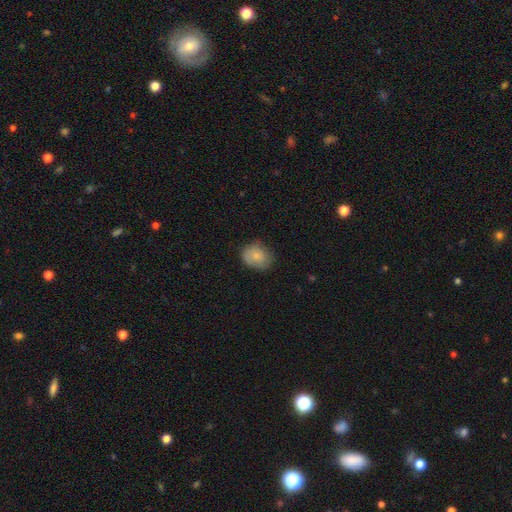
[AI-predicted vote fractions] A smooth galaxy with no disk features (80%) that is round (59%). Merging: none (70%).